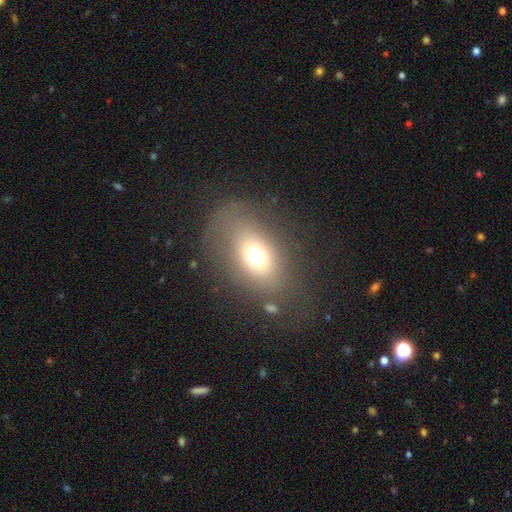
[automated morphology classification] A smooth galaxy with no disk features (63%) that is in between round and cigar-shaped (64%). Merging: none (69%).